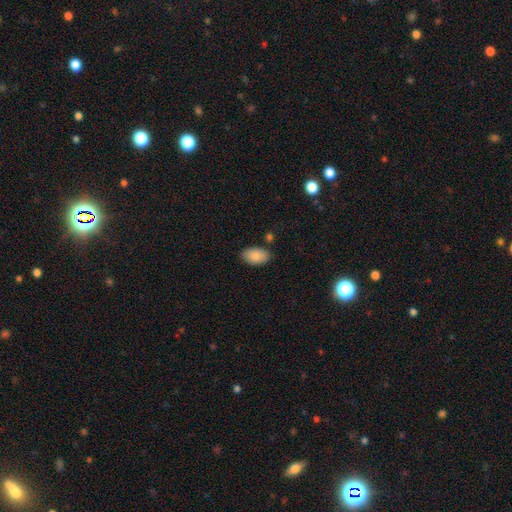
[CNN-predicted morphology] smooth_or_featured: smooth (p=0.87) [alt: featured or disk p=0.07]
how_rounded: in between (p=0.94) [alt: round p=0.05]
merging: none (p=0.82) [alt: minor disturbance p=0.12]